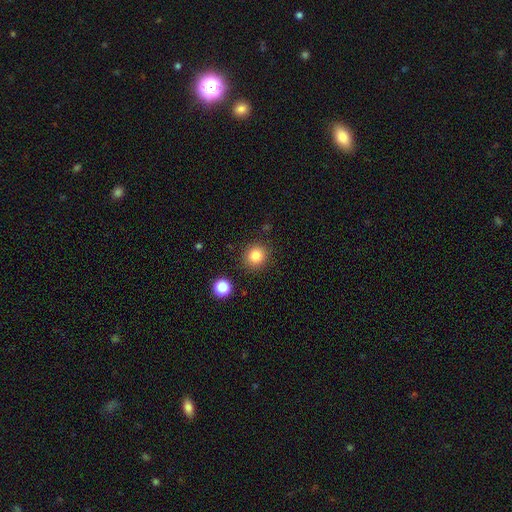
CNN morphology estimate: smooth_or_featured: smooth (p=0.84) [alt: star or artifact p=0.11]
how_rounded: round (p=0.88) [alt: in between p=0.12]
merging: none (p=0.87) [alt: minor disturbance p=0.08]